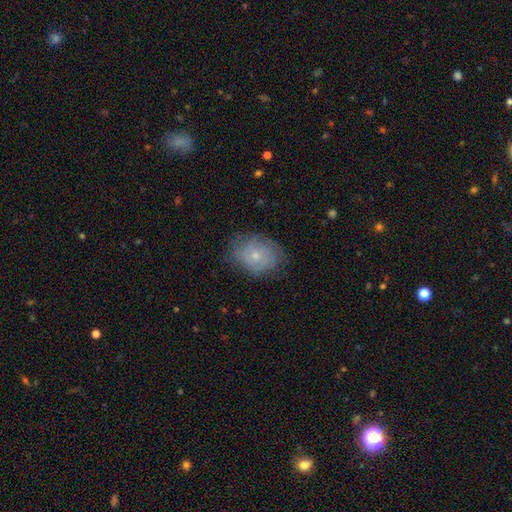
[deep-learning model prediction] The model was most divided on "smooth or featured": smooth: 48%, featured or disk: 43%, star or artifact: 9%. More confident: merging — none (69%).